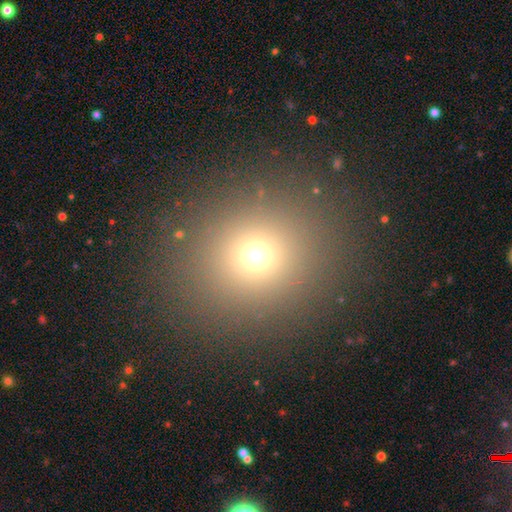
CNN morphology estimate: Q: Smooth or featured?
A: smooth (67%); runner-up: star or artifact (24%)
Q: How rounded?
A: round (85%); runner-up: in between (14%)
Q: Merging?
A: none (88%); runner-up: minor disturbance (6%)